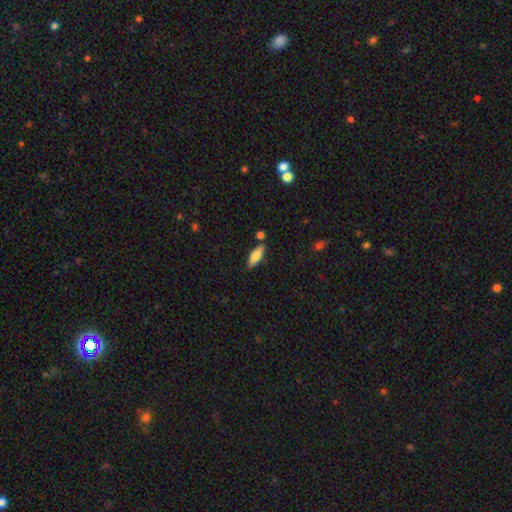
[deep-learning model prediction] Morphology: type=smooth (76%); roundness=in between (69%); merging=none (80%).